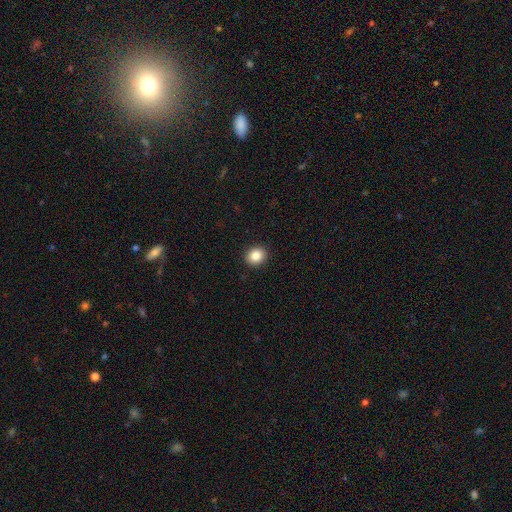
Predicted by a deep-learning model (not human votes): A smooth galaxy with no disk features (86%) that is round (72%). Merging: none (92%).